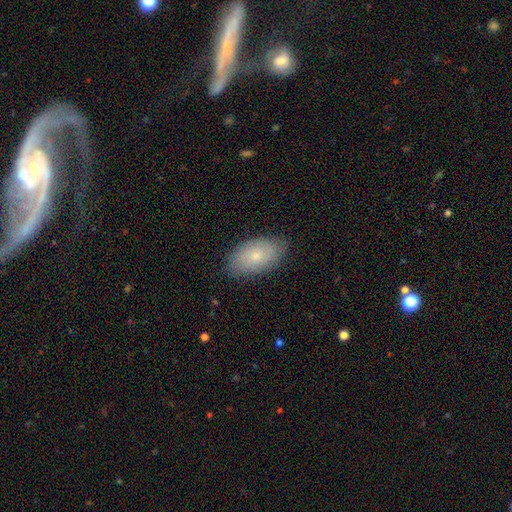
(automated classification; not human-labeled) Q: Smooth or featured?
A: smooth (69%); runner-up: featured or disk (24%)
Q: How rounded?
A: in between (93%); runner-up: round (5%)
Q: Merging?
A: none (82%); runner-up: minor disturbance (14%)